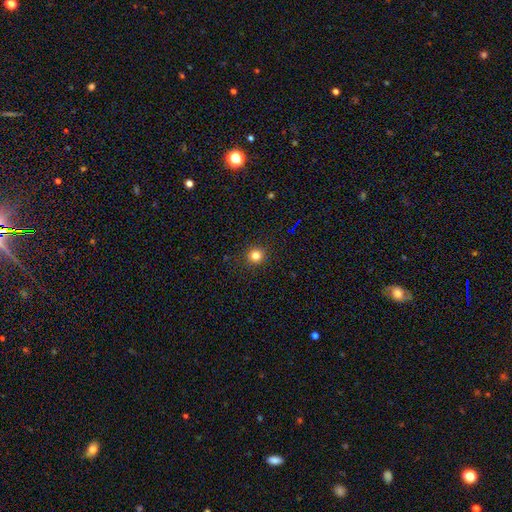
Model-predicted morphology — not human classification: This appears to be a smooth galaxy with no disk features (81%) that is round (91%). Merging: none (91%).